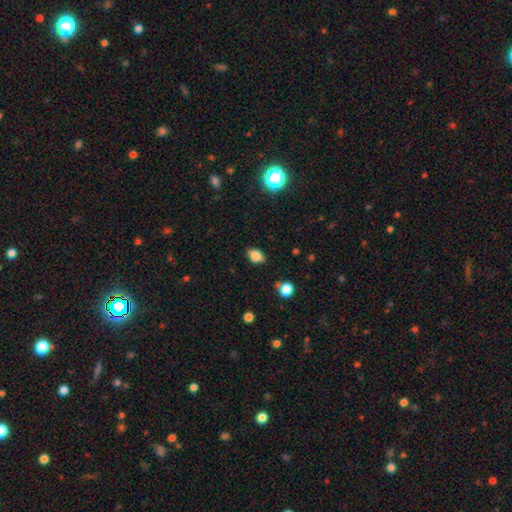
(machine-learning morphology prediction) Smooth or featured: smooth — 80% (star or artifact — 12%)
How rounded: in between — 78% (round — 20%)
Merging: none — 77% (minor disturbance — 17%)